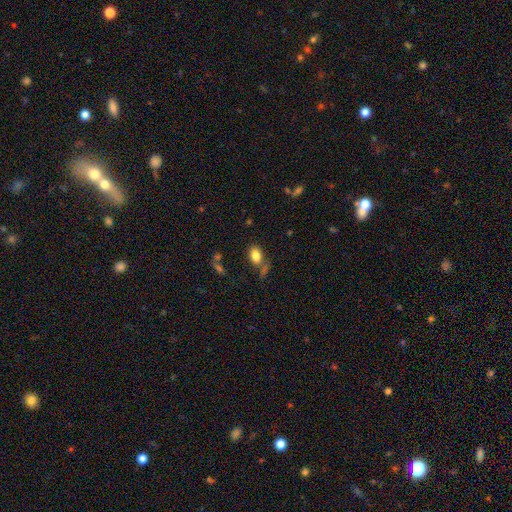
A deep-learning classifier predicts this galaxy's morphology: type=smooth (83%); roundness=in between (87%); merging=none (65%).